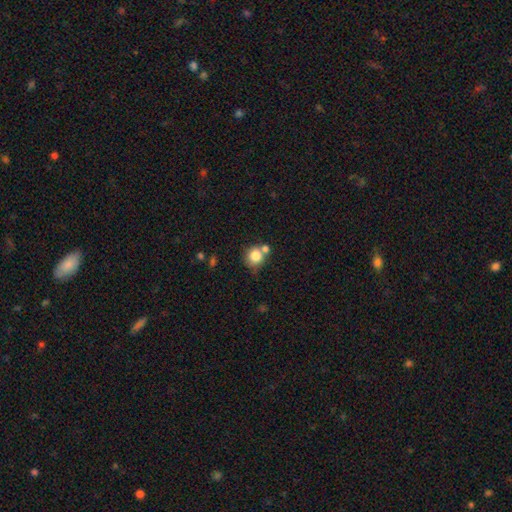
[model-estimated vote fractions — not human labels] This appears to be a smooth galaxy with no disk features (81%) that is round (87%). Merging: none (57%).